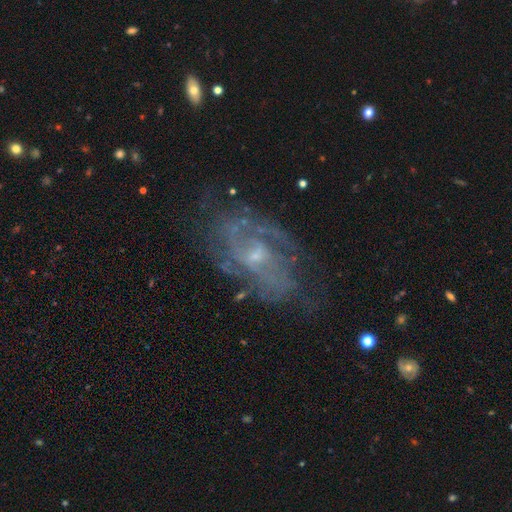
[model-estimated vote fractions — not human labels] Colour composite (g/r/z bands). It shows a featured or disk galaxy (81%) with no bar (51%), 2 (41%) medium (43%) spiral arms (86%) and a small central bulge (61%). Merging: none (68%).